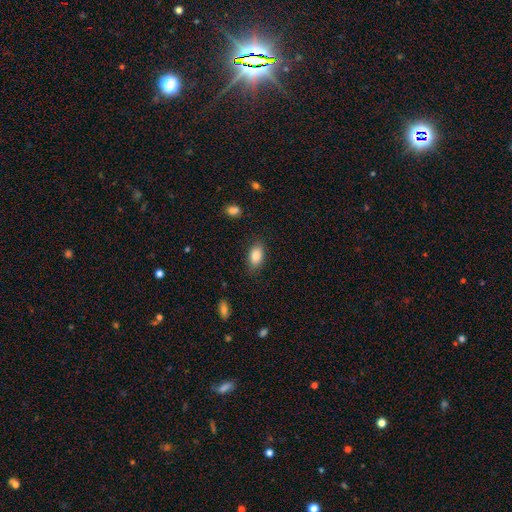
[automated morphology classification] Smooth or featured?
  - smooth: 84% *
  - featured or disk: 8%
  - star or artifact: 8%
How rounded?
  - in between: 90% *
  - round: 8%
  - cigar-shaped: 3%
Merging?
  - none: 84% *
  - minor disturbance: 12%
  - major disturbance: 3%
  - merger: 1%